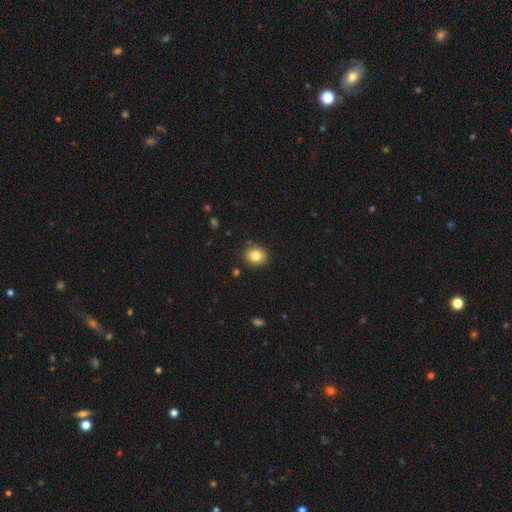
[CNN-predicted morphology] A smooth galaxy with no disk features (84%) that is round (73%). Merging: none (88%).